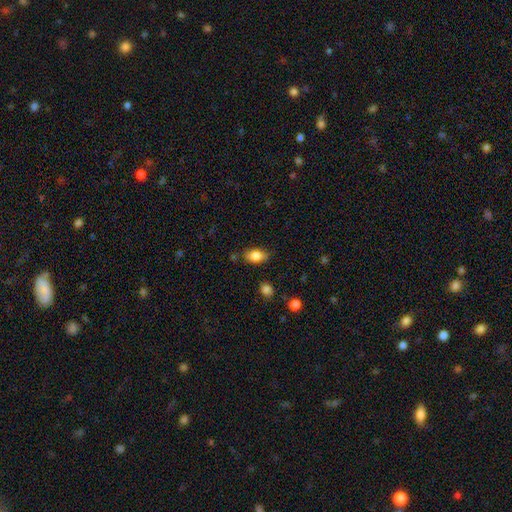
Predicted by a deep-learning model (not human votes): Smooth or featured: smooth — 84% (star or artifact — 8%)
How rounded: in between — 87% (round — 10%)
Merging: none — 79% (minor disturbance — 15%)